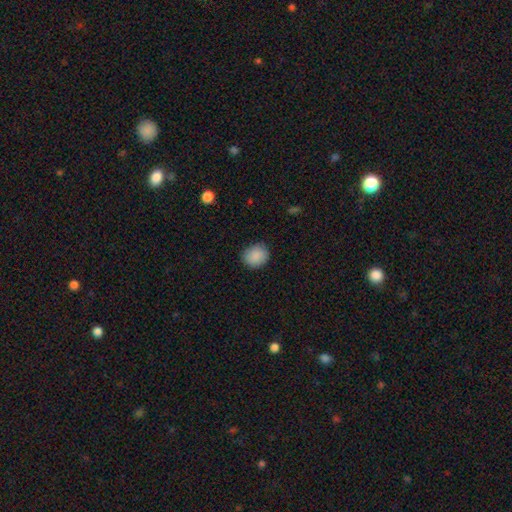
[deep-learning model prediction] Smooth or featured?
  - smooth: 89% *
  - star or artifact: 8%
  - featured or disk: 3%
How rounded?
  - round: 68% *
  - in between: 31%
  - cigar-shaped: 1%
Merging?
  - none: 86% *
  - minor disturbance: 10%
  - major disturbance: 3%
  - merger: 1%